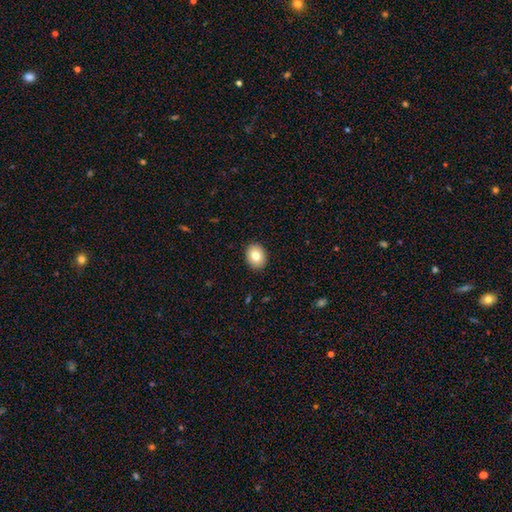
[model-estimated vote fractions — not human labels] smooth 80%, featured or disk 11%, star or artifact 8%. Down the decision tree: how rounded — in between (50%); merging — none (91%).